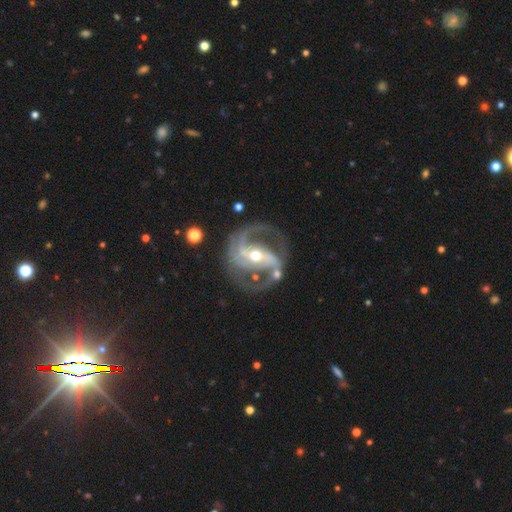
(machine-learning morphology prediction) Smooth or featured? Predicted: featured or disk (p=0.92). Edge-on disk? Predicted: no (p=0.97). Bar? Predicted: strong (p=0.55). Spiral arms? Predicted: yes (p=0.97). Spiral winding? Predicted: medium (p=0.59). Spiral arm count? Predicted: 2 (p=0.89). Bulge size? Predicted: moderate (p=0.59). Merging? Predicted: none (p=0.71).